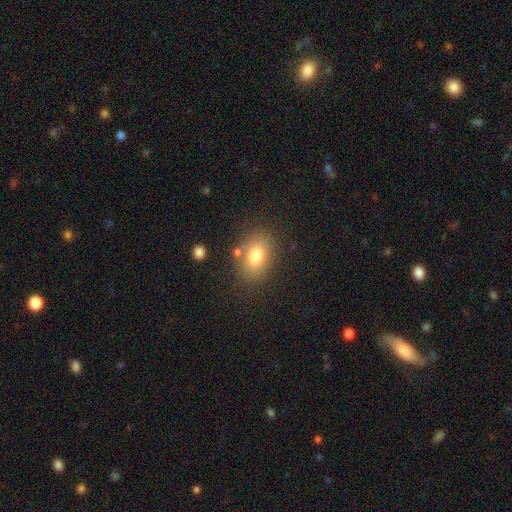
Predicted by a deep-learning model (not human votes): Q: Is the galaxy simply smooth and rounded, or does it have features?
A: smooth — 79%.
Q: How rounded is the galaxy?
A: in between — 80%.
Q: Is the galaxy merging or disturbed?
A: none — 80%.